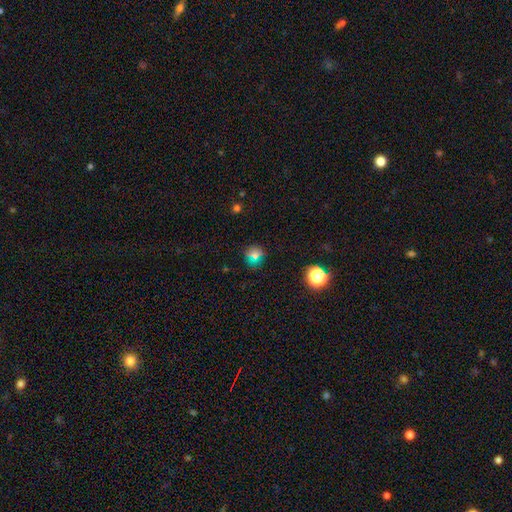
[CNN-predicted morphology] Smooth or featured? Predicted: smooth (p=0.65). How rounded? Predicted: round (p=0.87). Merging? Predicted: none (p=0.86).